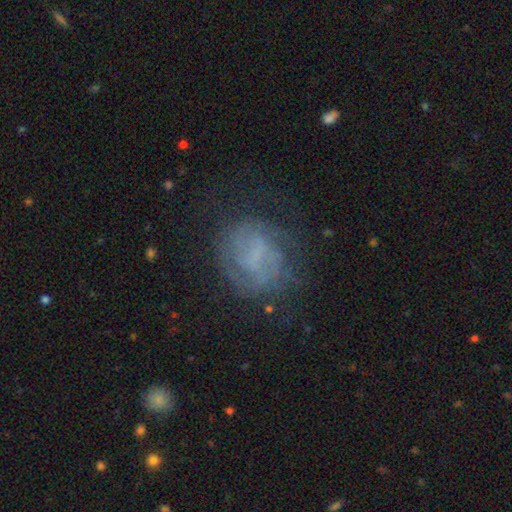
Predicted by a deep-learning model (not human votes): Smooth or featured?
  - featured or disk: 55% *
  - smooth: 32%
  - star or artifact: 13%
Edge-on disk?
  - no: 97% *
  - yes: 3%
Bar?
  - no: 51% *
  - weak: 38%
  - strong: 11%
Spiral arms?
  - yes: 67% *
  - no: 33%
Bulge size?
  - none: 59% *
  - small: 26%
  - moderate: 11%
  - large: 3%
  - dominant: 1%
Merging?
  - none: 64% *
  - minor disturbance: 19%
  - major disturbance: 16%
  - merger: 2%